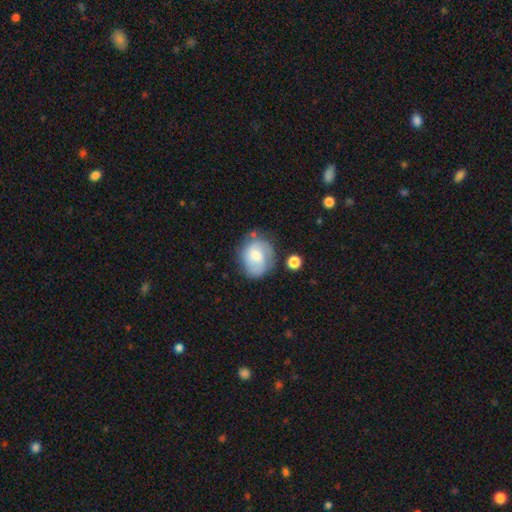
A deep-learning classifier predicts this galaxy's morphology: This appears to be a featured or disk galaxy (47%). Merging: none (60%).